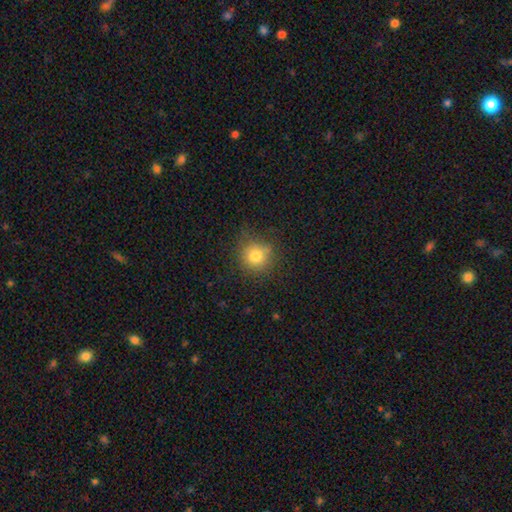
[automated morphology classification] Smooth or featured: smooth — 79% (star or artifact — 13%)
How rounded: round — 91% (in between — 8%)
Merging: none — 79% (minor disturbance — 14%)